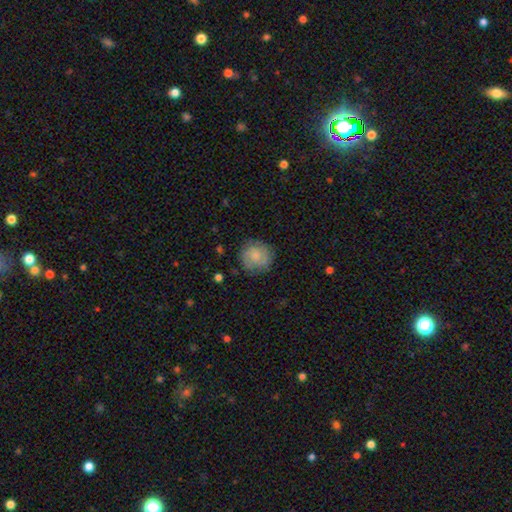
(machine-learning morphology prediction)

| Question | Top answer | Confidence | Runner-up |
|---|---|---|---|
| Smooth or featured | smooth | 65% | featured or disk (27%) |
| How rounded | round | 90% | in between (9%) |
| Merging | none | 78% | minor disturbance (16%) |